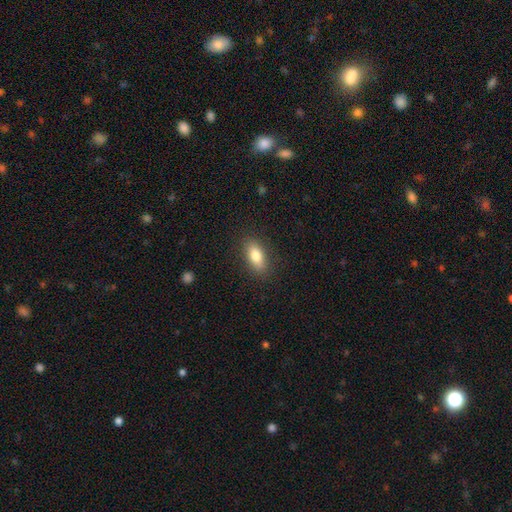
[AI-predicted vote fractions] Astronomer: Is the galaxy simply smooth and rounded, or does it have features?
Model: smooth — 81%.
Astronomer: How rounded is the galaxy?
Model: in between — 81%.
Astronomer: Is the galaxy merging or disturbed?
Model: none — 87%.